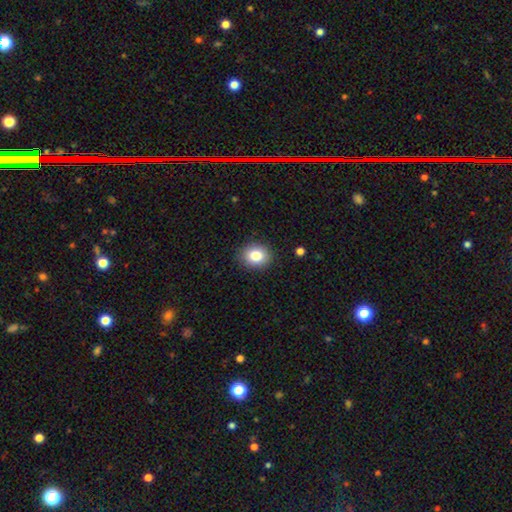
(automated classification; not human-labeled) Q: Smooth or featured?
A: smooth (82%); runner-up: star or artifact (10%)
Q: How rounded?
A: round (59%); runner-up: in between (41%)
Q: Merging?
A: none (89%); runner-up: minor disturbance (8%)